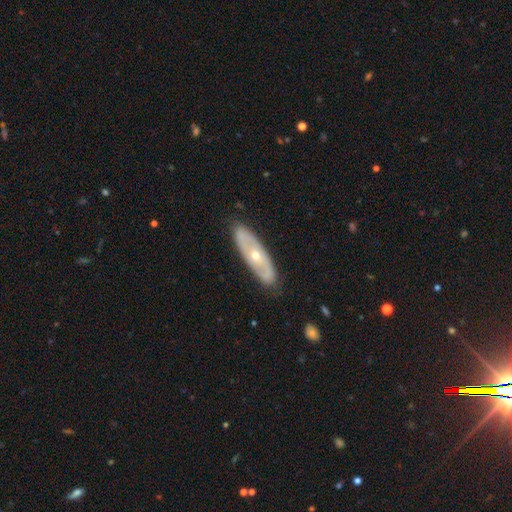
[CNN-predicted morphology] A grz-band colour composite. It shows a featured or disk galaxy (65%). Merging: none (84%).